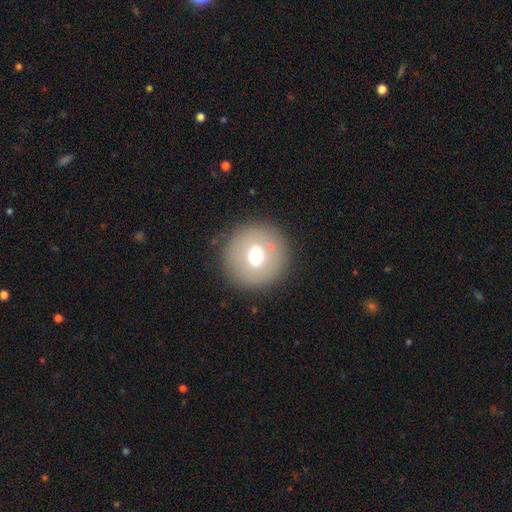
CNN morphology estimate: smooth-or-featured: smooth: 65% | featured or disk: 23% | star or artifact: 12%
  how-rounded: round: 95% | in between: 4% | cigar-shaped: 1%
  merging: none: 89% | minor disturbance: 6% | major disturbance: 3% | merger: 2%